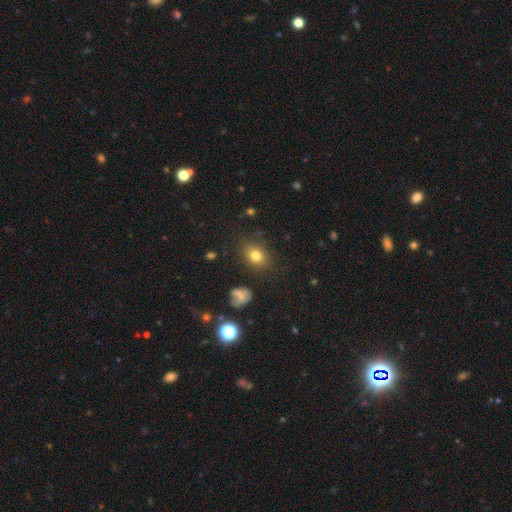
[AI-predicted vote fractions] This appears to be a smooth galaxy with no disk features (79%) that is in between round and cigar-shaped (57%). Merging: none (81%).